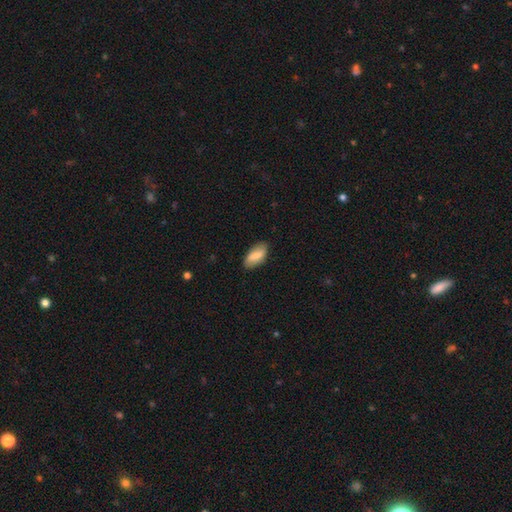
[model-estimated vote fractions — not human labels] A smooth galaxy with no disk features (78%) that is in between round and cigar-shaped (90%).

Vote fractions:
- Smooth or featured? smooth: 78% / featured or disk: 16% / star or artifact: 6%
- How rounded? in between: 90% / cigar-shaped: 7% / round: 2%
- Merging? none: 82% / minor disturbance: 14% / major disturbance: 3% / merger: 1%